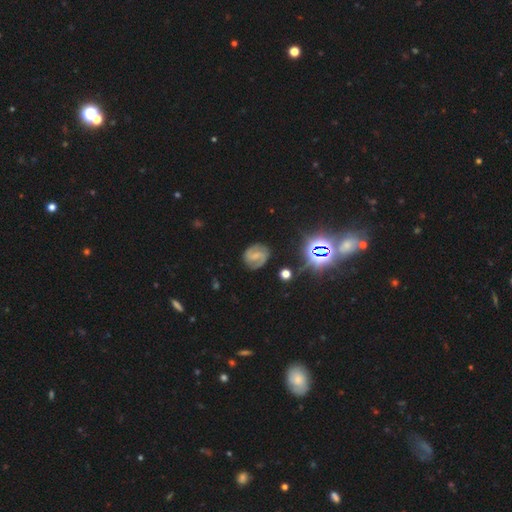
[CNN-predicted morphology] This is likely a featured or disk galaxy (75%). It is clearly not viewed edge-on (98%). Bar: possibly weak (47%). Spiral arm pattern: clearly yes (94%). Spiral arm count: clearly 2 (89%). Spiral winding: possibly medium (51%). Central bulge: marginally small (42%). Merging: clearly none (82%).